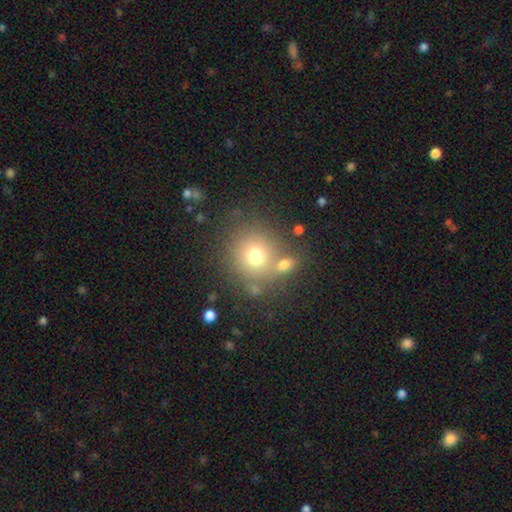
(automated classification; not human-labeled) Smooth or featured? smooth (72%)
How rounded? round (89%)
Merging? none (64%)